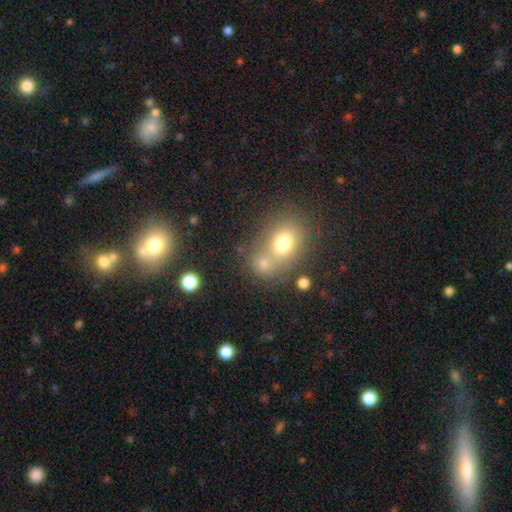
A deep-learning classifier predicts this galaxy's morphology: A smooth galaxy with no disk features (70%) that is round (59%).

Vote fractions:
- Smooth or featured? smooth: 70% / star or artifact: 17% / featured or disk: 13%
- How rounded? round: 59% / in between: 39% / cigar-shaped: 1%
- Merging? merger: 44% / none: 43% / minor disturbance: 9% / major disturbance: 4%